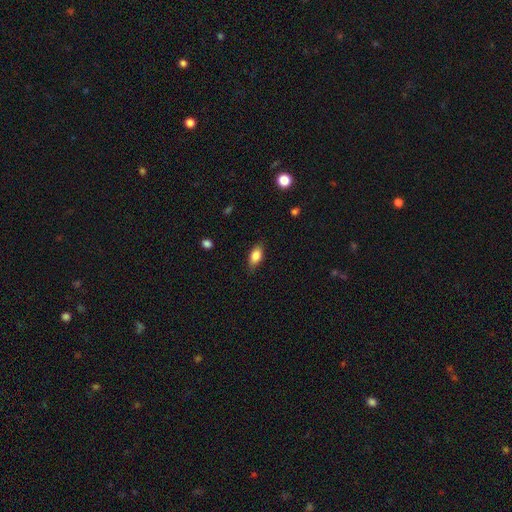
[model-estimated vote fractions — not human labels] This is clearly a smooth galaxy (83%). How rounded: clearly in between (87%). Merging: clearly none (81%).